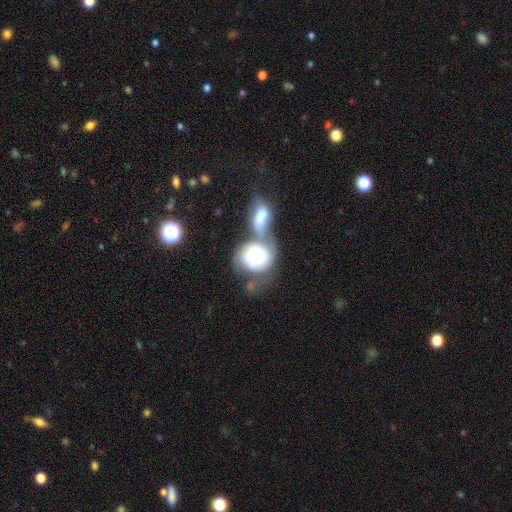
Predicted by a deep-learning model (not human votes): Smooth or featured? smooth (61%)
How rounded? round (51%)
Merging? merger (68%)